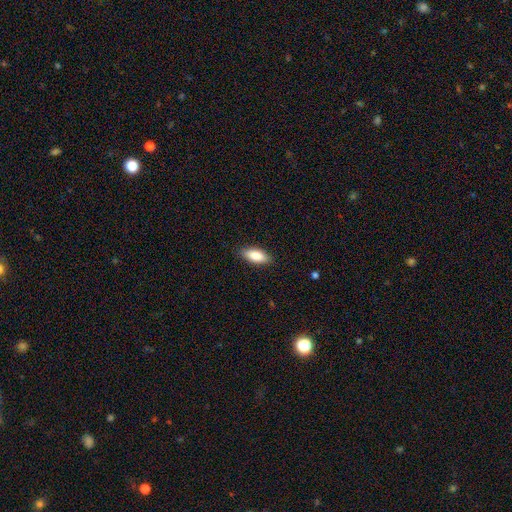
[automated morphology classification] type=smooth (85%); roundness=in between (83%); merging=none (88%).